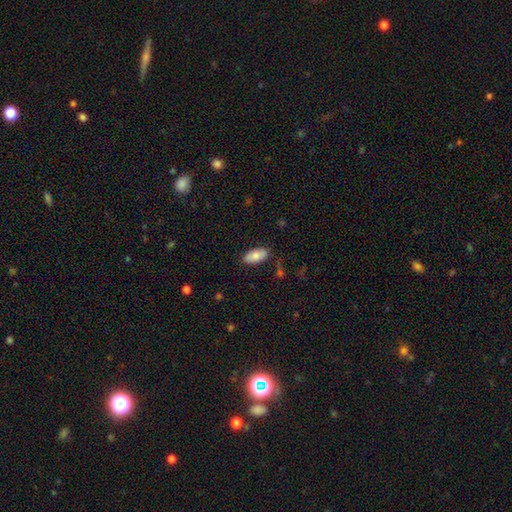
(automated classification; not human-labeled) Morphology: type=smooth (80%); roundness=in between (92%); merging=none (83%).